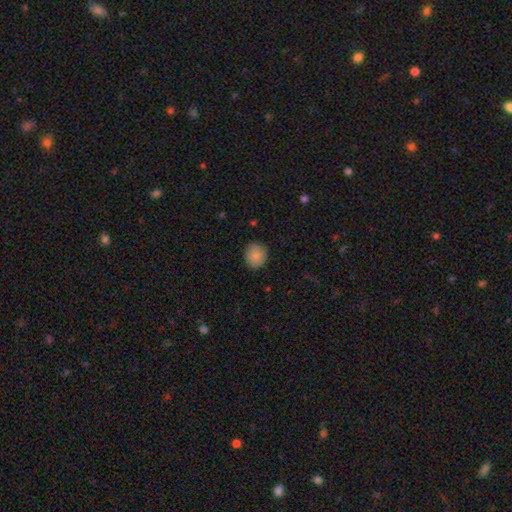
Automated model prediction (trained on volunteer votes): Q: Smooth or featured?
A: smooth (87%); runner-up: star or artifact (8%)
Q: How rounded?
A: round (73%); runner-up: in between (26%)
Q: Merging?
A: none (87%); runner-up: minor disturbance (10%)